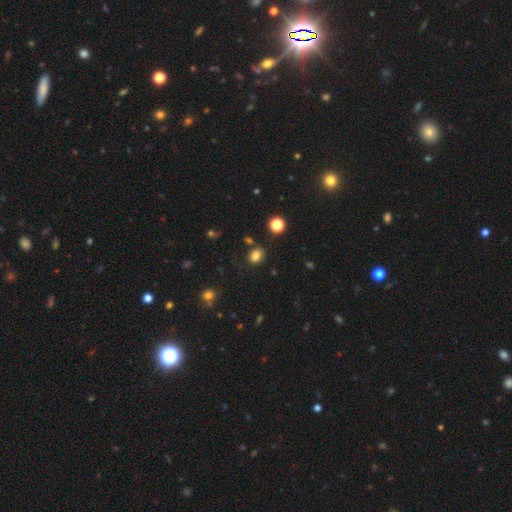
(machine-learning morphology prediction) smooth 81%, star or artifact 14%, featured or disk 5%. Down the decision tree: how rounded — in between (55%); merging — none (79%).